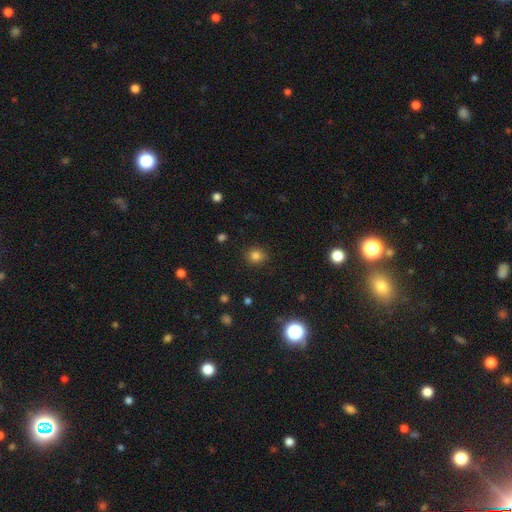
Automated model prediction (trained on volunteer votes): smooth 80%, star or artifact 15%, featured or disk 5%. Down the decision tree: how rounded — round (79%); merging — none (87%).